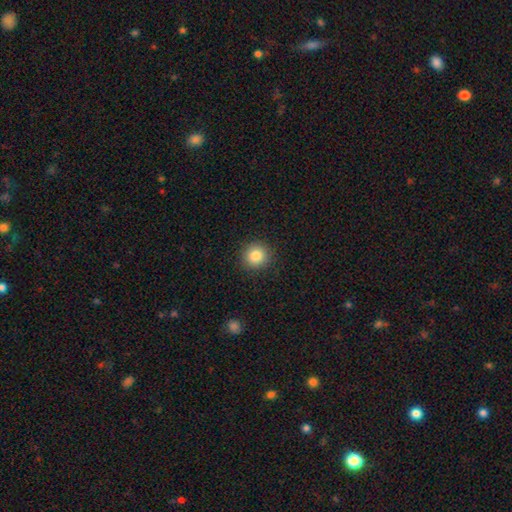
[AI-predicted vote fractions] This appears to be a smooth galaxy with no disk features (84%) that is round (92%). Merging: none (91%).